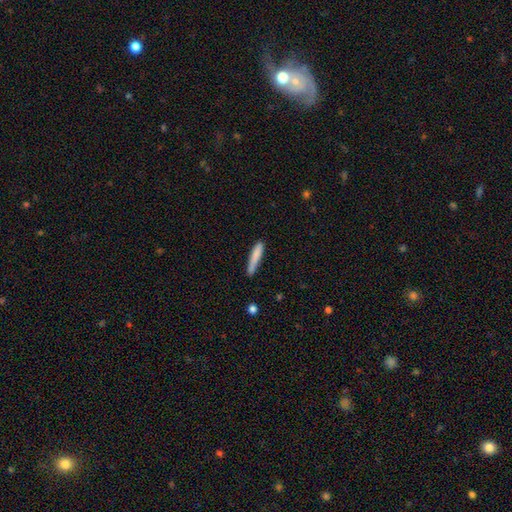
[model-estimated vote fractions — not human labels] smooth_or_featured: smooth (p=0.81) [alt: featured or disk p=0.13]
how_rounded: cigar-shaped (p=0.92) [alt: in between p=0.07]
merging: none (p=0.75) [alt: minor disturbance p=0.19]